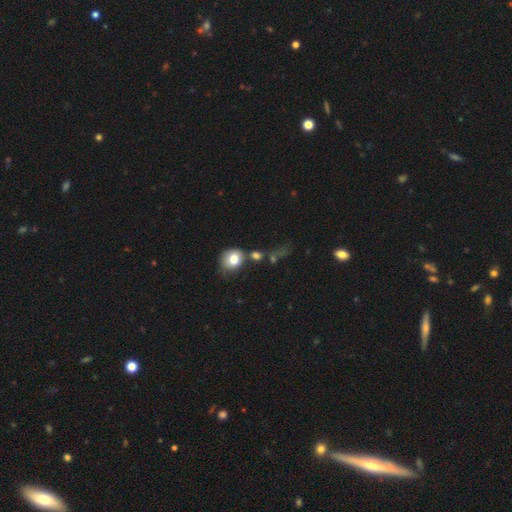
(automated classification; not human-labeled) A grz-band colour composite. It shows a smooth galaxy with no disk features (66%) that is round (72%). Merging: none (61%).